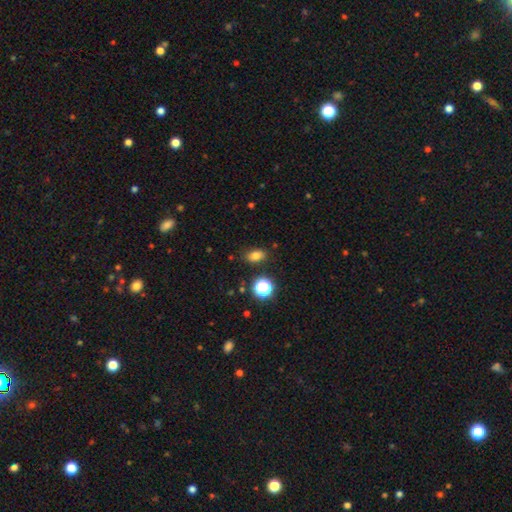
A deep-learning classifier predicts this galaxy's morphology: Q: Smooth or featured?
A: smooth (76%); runner-up: star or artifact (16%)
Q: How rounded?
A: in between (77%); runner-up: round (21%)
Q: Merging?
A: none (82%); runner-up: minor disturbance (12%)